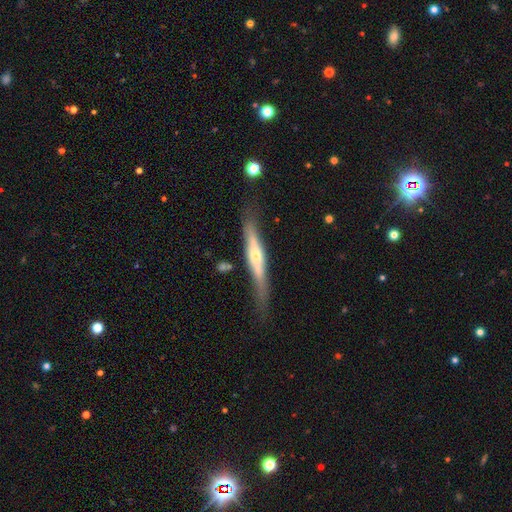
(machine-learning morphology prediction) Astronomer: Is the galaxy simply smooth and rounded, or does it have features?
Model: featured or disk — 64%.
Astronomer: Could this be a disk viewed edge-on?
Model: yes — 91%.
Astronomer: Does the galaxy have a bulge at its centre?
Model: rounded — 77%.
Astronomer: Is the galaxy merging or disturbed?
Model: none — 74%.